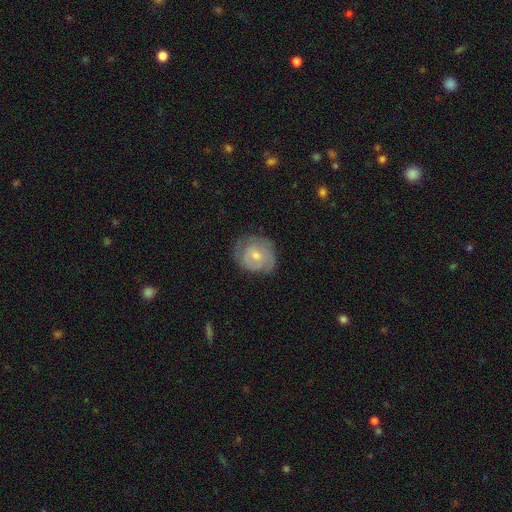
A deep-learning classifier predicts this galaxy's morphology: smooth-or-featured: featured or disk: 58% | smooth: 36% | star or artifact: 6%
  disk-edge-on: no: 97% | yes: 3%
    bar: no: 57% | weak: 37% | strong: 6%
    has-spiral-arms: yes: 77% | no: 23%
    bulge-size: small: 49% | moderate: 46% | none: 3% | large: 2% | dominant: 1%
  merging: none: 64% | minor disturbance: 24% | major disturbance: 10% | merger: 1%